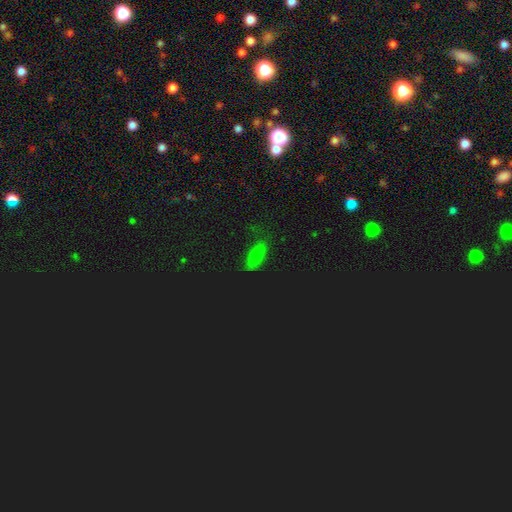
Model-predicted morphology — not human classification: type=smooth (57%); roundness=in between (77%); merging=none (55%).